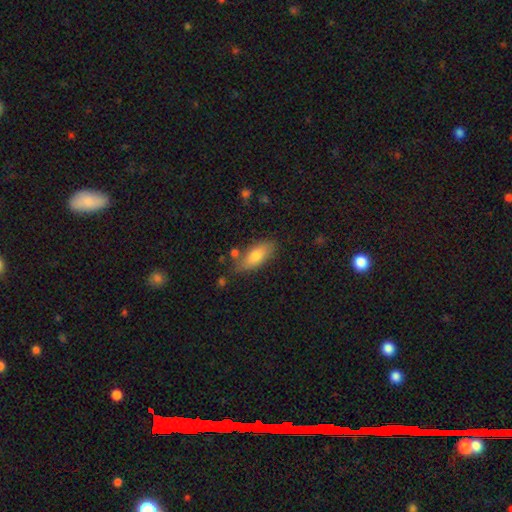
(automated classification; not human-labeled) A smooth galaxy with no disk features (75%) that is in between round and cigar-shaped (77%).

Vote fractions:
- Smooth or featured? smooth: 75% / featured or disk: 18% / star or artifact: 7%
- How rounded? in between: 77% / cigar-shaped: 21% / round: 3%
- Merging? none: 76% / minor disturbance: 16% / merger: 5% / major disturbance: 3%